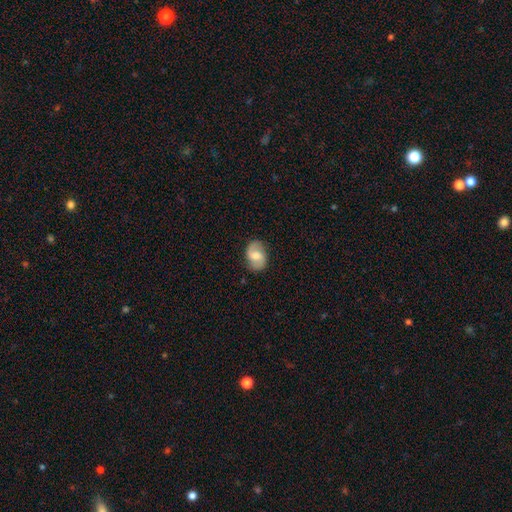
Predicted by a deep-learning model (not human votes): Smooth or featured: featured or disk — 54% (smooth — 39%)
Edge-on disk: no — 97% (yes — 3%)
Bar: weak — 50% (no — 36%)
Spiral arms: yes — 88% (no — 12%)
Bulge size: moderate — 57% (small — 24%)
Merging: none — 81% (minor disturbance — 14%)